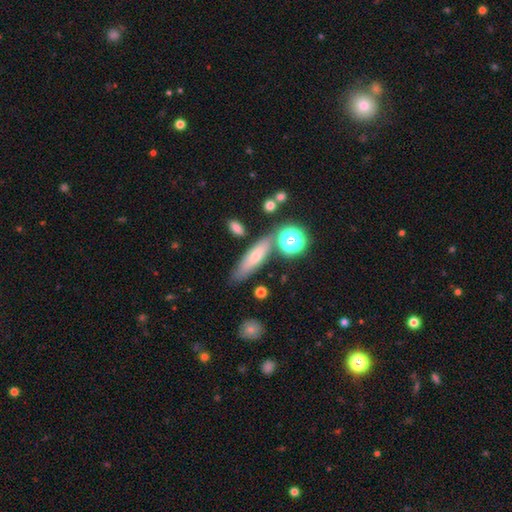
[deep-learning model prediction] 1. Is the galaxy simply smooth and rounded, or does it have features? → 63% smooth, 26% featured or disk, 11% star or artifact.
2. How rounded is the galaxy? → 64% cigar-shaped, 30% in between, 5% round.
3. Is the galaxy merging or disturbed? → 72% none, 14% minor disturbance, 9% merger, 5% major disturbance.